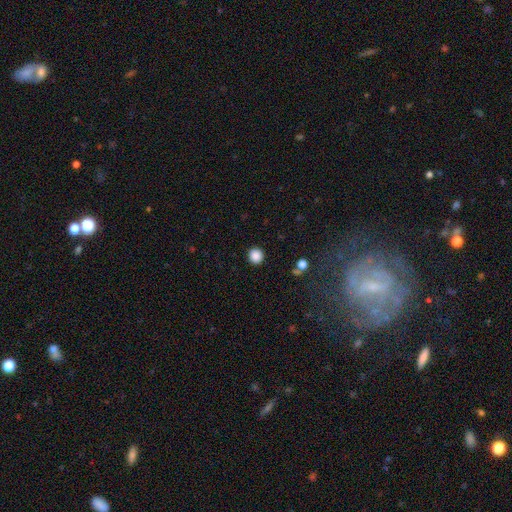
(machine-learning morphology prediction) smooth 87%, star or artifact 10%, featured or disk 3%. Down the decision tree: how rounded — round (93%); merging — none (92%).